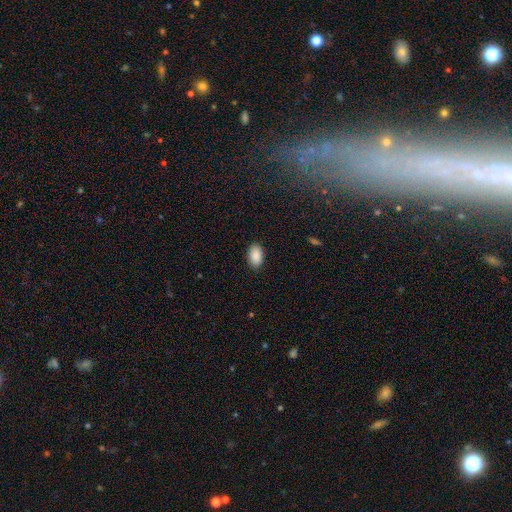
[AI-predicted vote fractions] smooth-or-featured: smooth: 90% | star or artifact: 7% | featured or disk: 3%
  how-rounded: in between: 93% | round: 6% | cigar-shaped: 1%
  merging: none: 88% | minor disturbance: 9% | major disturbance: 2% | merger: 1%